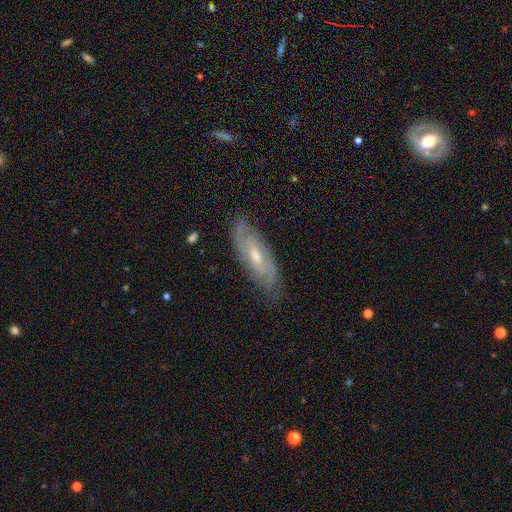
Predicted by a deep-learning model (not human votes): Smooth or featured? featured or disk (77%)
Edge-on disk? no (82%)
Bar? weak (47%)
Spiral arms? yes (87%)
Spiral winding? tight (59%)
Spiral arm count? 2 (46%)
Bulge size? moderate (58%)
Merging? none (78%)